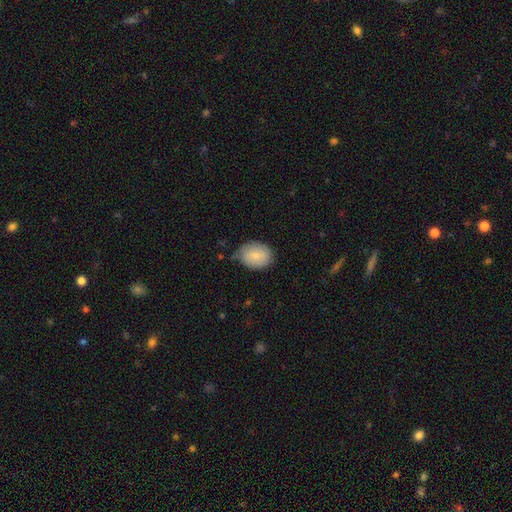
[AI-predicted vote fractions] Smooth or featured? smooth (77%)
How rounded? in between (55%)
Merging? none (66%)